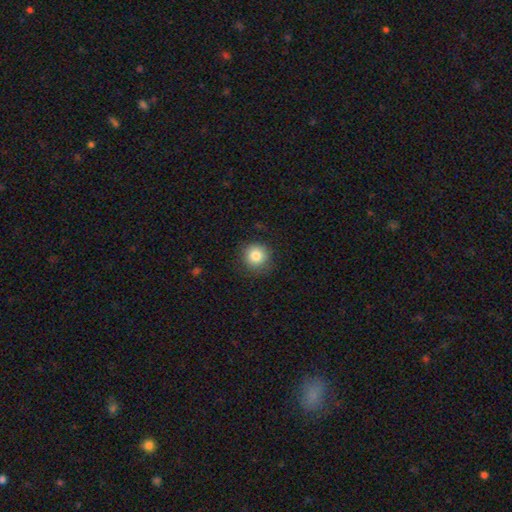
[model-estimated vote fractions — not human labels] Morphology: type=smooth (84%); roundness=round (93%); merging=none (86%).